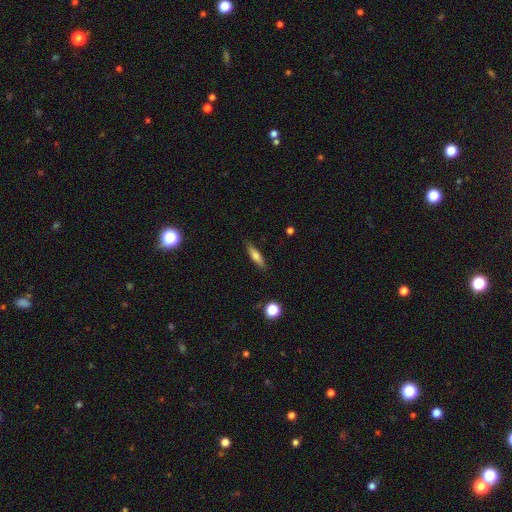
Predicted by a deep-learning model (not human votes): This is likely a smooth galaxy (64%). How rounded: likely cigar-shaped (76%). Merging: clearly none (87%).